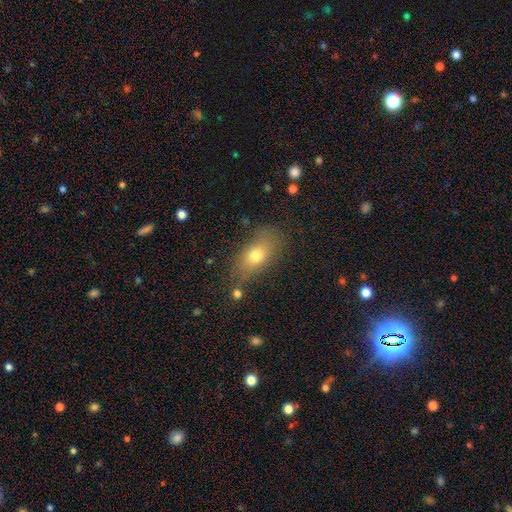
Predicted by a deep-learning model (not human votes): smooth-or-featured: smooth: 72% | featured or disk: 17% | star or artifact: 11%
  how-rounded: in between: 80% | round: 11% | cigar-shaped: 9%
  merging: none: 73% | minor disturbance: 18% | major disturbance: 6% | merger: 4%